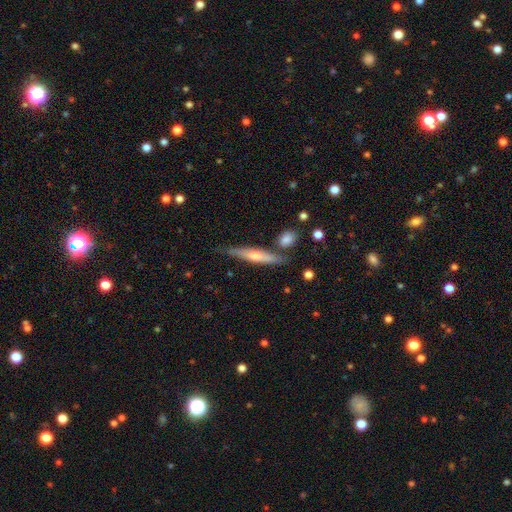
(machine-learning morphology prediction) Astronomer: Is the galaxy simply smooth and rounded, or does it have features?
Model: featured or disk — 55% (runner-up: smooth, 38%).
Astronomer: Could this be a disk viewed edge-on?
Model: yes — 93%.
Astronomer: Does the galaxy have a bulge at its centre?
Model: rounded — 69%.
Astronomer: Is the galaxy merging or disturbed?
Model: none — 78%.